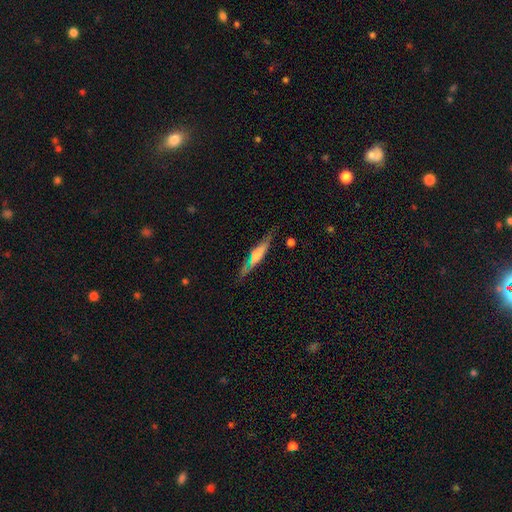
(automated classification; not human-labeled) The model was most divided on "smooth or featured": featured or disk: 52%, smooth: 41%, star or artifact: 7%. More confident: edge-on disk — yes (91%); merging — none (75%).